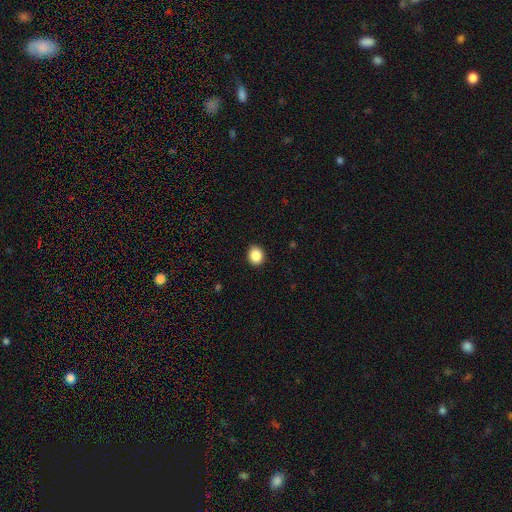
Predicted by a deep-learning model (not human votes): A smooth galaxy with no disk features (88%) that is round (66%).

Vote fractions:
- Smooth or featured? smooth: 88% / star or artifact: 9% / featured or disk: 3%
- How rounded? round: 66% / in between: 33% / cigar-shaped: 1%
- Merging? none: 91% / minor disturbance: 6% / major disturbance: 2% / merger: 1%